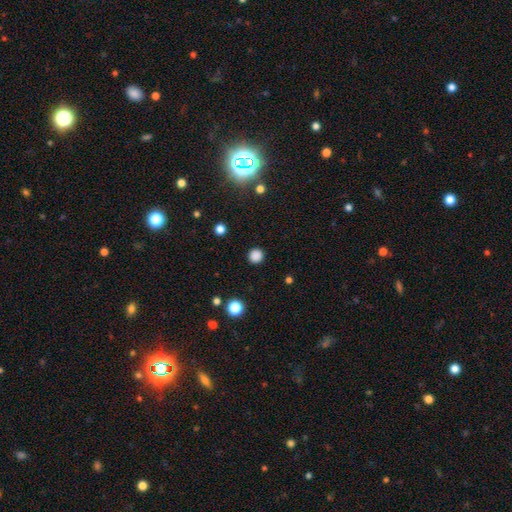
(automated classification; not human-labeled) smooth_or_featured: smooth (p=0.84) [alt: star or artifact p=0.13]
how_rounded: round (p=0.93) [alt: in between p=0.06]
merging: none (p=0.91) [alt: minor disturbance p=0.06]